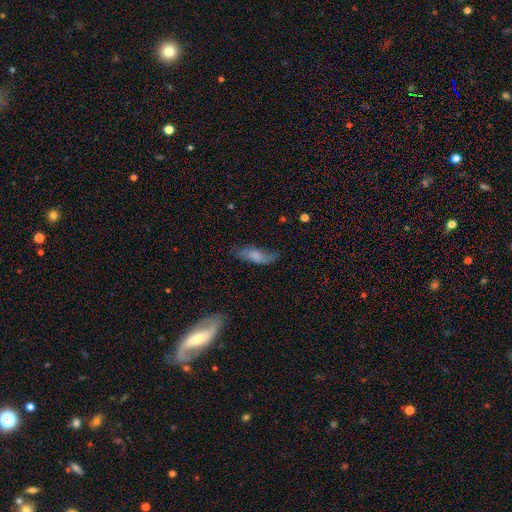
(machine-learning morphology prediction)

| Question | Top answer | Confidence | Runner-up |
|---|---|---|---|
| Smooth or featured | smooth | 56% | featured or disk (36%) |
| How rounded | in between | 67% | cigar-shaped (29%) |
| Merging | none | 54% | minor disturbance (29%) |